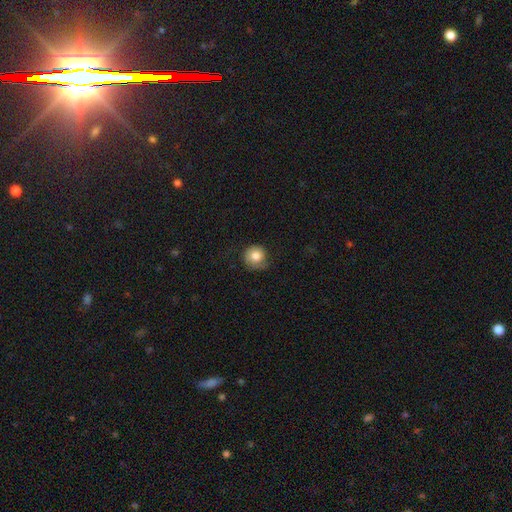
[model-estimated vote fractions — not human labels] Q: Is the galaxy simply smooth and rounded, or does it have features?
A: smooth — 79%.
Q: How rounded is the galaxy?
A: round — 88%.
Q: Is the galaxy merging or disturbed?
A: none — 64%.